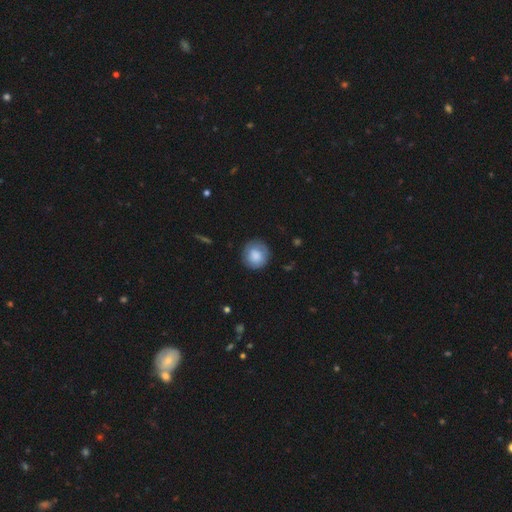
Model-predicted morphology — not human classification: Q: Smooth or featured?
A: smooth (79%); runner-up: featured or disk (14%)
Q: How rounded?
A: round (92%); runner-up: in between (7%)
Q: Merging?
A: none (82%); runner-up: minor disturbance (13%)